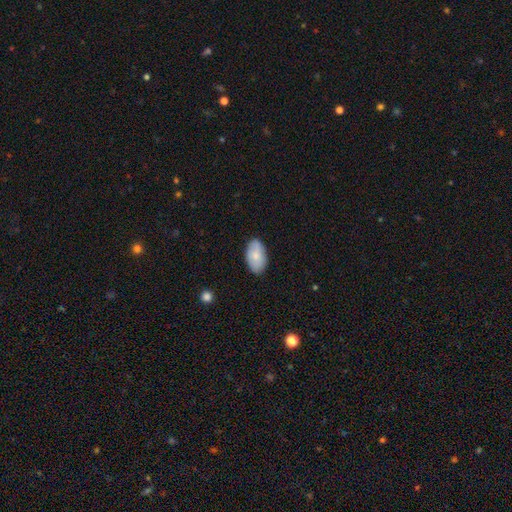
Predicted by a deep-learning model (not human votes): smooth-or-featured: smooth: 76% | featured or disk: 18% | star or artifact: 6%
  how-rounded: in between: 94% | round: 5% | cigar-shaped: 1%
  merging: none: 83% | minor disturbance: 14% | major disturbance: 2% | merger: 1%